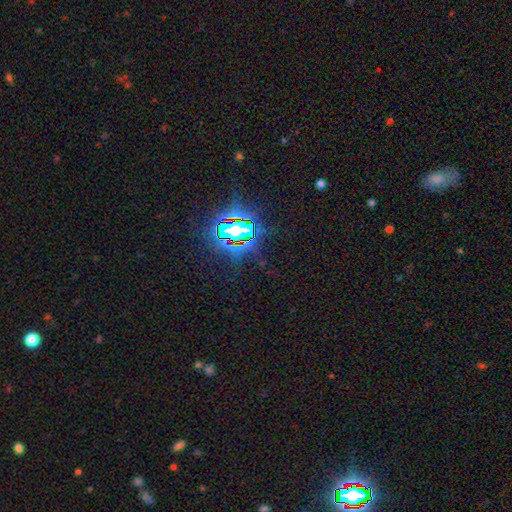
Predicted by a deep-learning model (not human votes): This is clearly a star or artifact rather than a galaxy (84%).